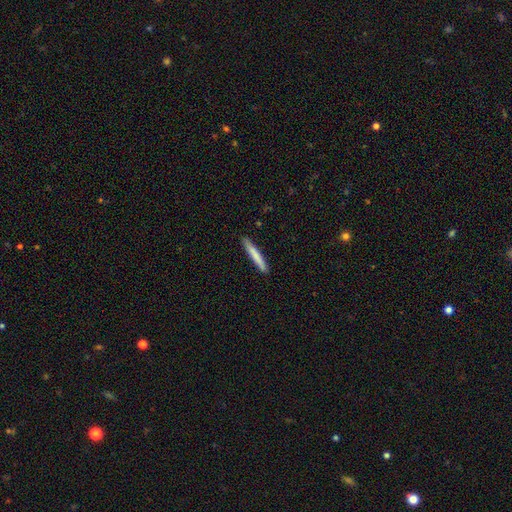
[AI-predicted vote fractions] smooth 76%, featured or disk 18%, star or artifact 5%. Down the decision tree: how rounded — cigar-shaped (96%); merging — none (90%).